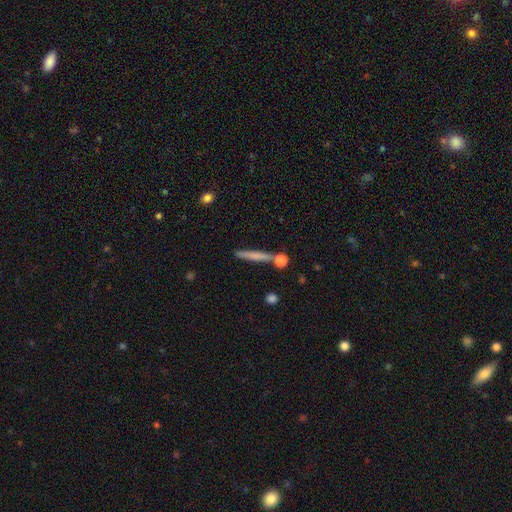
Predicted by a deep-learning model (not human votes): Smooth or featured: smooth — 65% (featured or disk — 27%)
How rounded: cigar-shaped — 93% (in between — 4%)
Merging: none — 78% (minor disturbance — 10%)